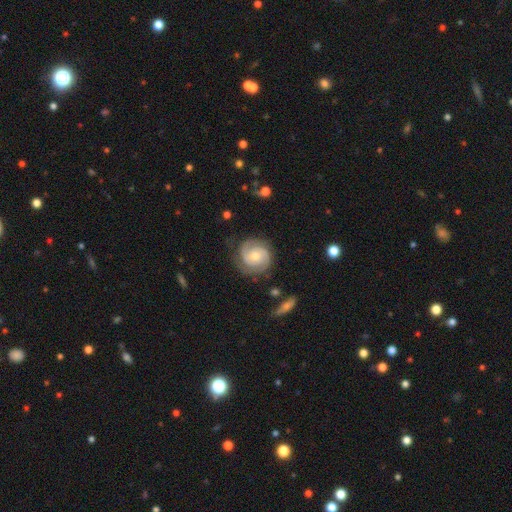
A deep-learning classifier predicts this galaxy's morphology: Overall: featured or disk (86%). Edge-on disk: no (98%). Bar: no (66%; weak 28%). Spiral arms: yes (97%). Spiral arm count: 2 (76%). Spiral winding: tight (67%; medium 28%). Bulge size: small (48%, tied with moderate). Merging: none (80%).